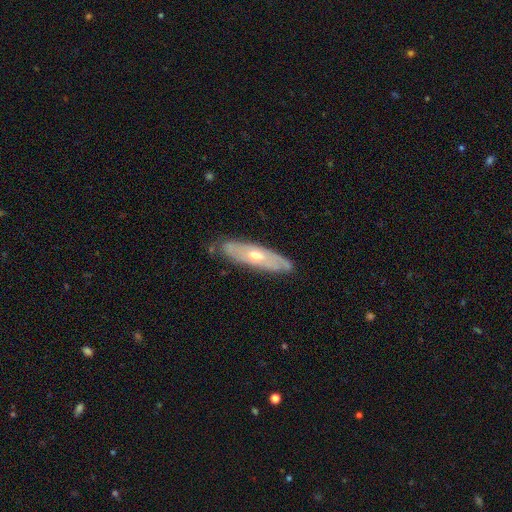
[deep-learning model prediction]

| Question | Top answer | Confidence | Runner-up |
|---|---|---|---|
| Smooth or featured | featured or disk | 64% | smooth (31%) |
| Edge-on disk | no | 61% | yes (39%) |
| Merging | none | 79% | minor disturbance (17%) |